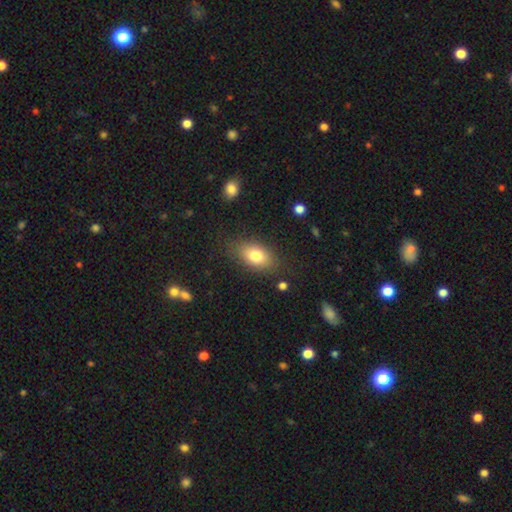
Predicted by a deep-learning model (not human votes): The model was most divided on "smooth or featured": smooth: 79%, featured or disk: 13%, star or artifact: 8%. More confident: how rounded — in between (87%); merging — none (82%).